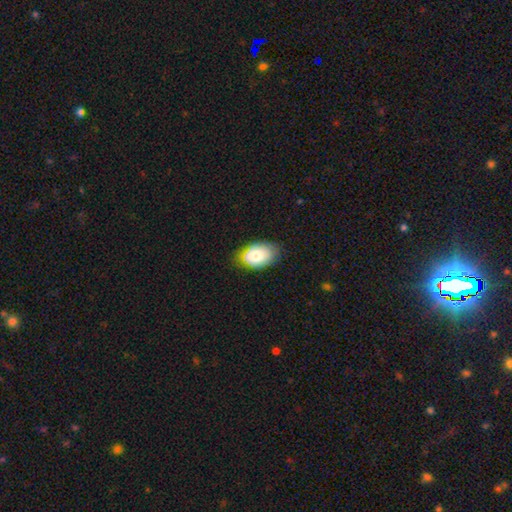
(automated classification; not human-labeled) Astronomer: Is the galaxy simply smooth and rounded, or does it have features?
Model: smooth — 76%.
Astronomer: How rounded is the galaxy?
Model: in between — 87%.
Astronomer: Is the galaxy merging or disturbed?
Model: none — 73%.